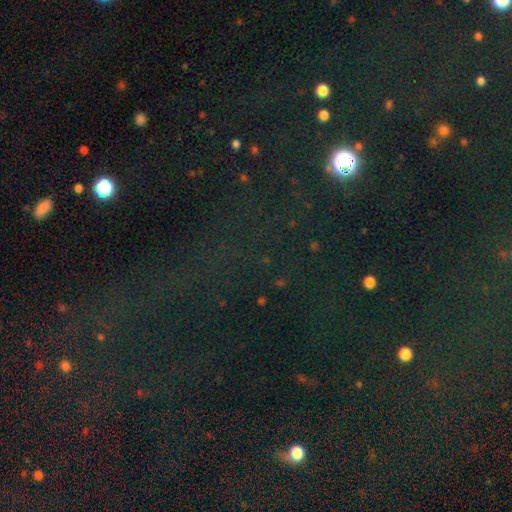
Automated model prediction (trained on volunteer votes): Morphology: type=star or artifact (75%).